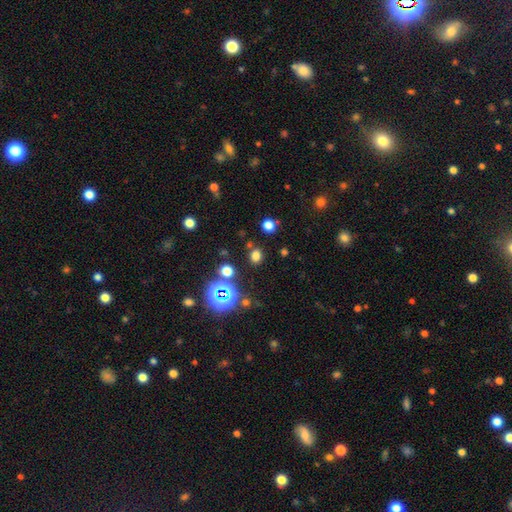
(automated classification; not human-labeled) This is likely a smooth galaxy (68%). How rounded: likely round (70%). Merging: clearly none (82%).